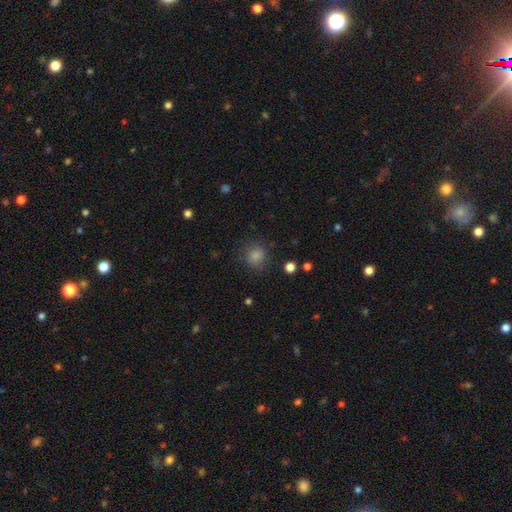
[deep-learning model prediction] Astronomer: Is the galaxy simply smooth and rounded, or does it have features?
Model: smooth — 83%.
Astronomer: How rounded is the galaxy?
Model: round — 85%.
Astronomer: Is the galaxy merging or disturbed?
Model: none — 81%.